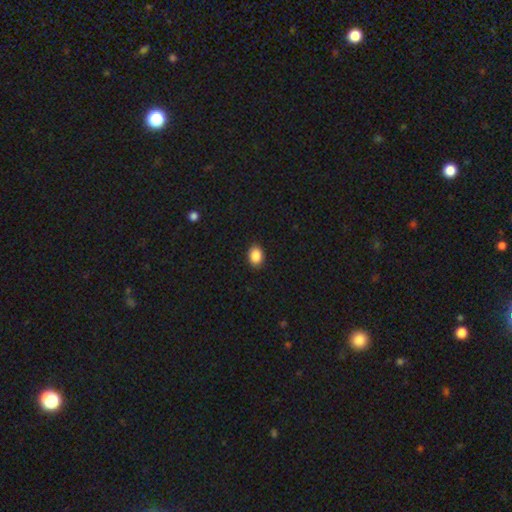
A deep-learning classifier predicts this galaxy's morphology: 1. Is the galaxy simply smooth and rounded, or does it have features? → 89% smooth, 8% star or artifact, 3% featured or disk.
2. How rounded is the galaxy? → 71% in between, 28% round, 1% cigar-shaped.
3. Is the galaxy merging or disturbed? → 90% none, 7% minor disturbance, 2% major disturbance, 1% merger.